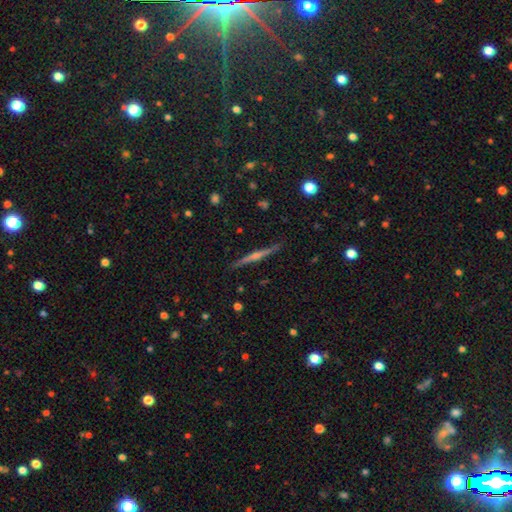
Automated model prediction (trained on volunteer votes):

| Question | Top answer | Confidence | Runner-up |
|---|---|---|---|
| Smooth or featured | featured or disk | 76% | smooth (17%) |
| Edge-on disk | yes | 98% | no (2%) |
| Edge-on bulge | rounded | 69% | none (20%) |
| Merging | none | 91% | minor disturbance (6%) |